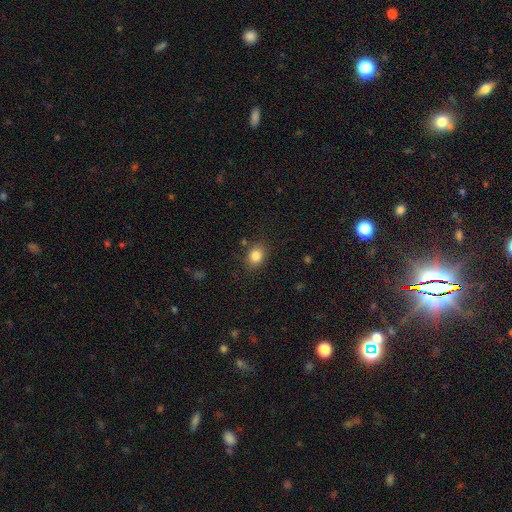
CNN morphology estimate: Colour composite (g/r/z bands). It shows a smooth galaxy with no disk features (83%) that is round (50%). Merging: none (83%).